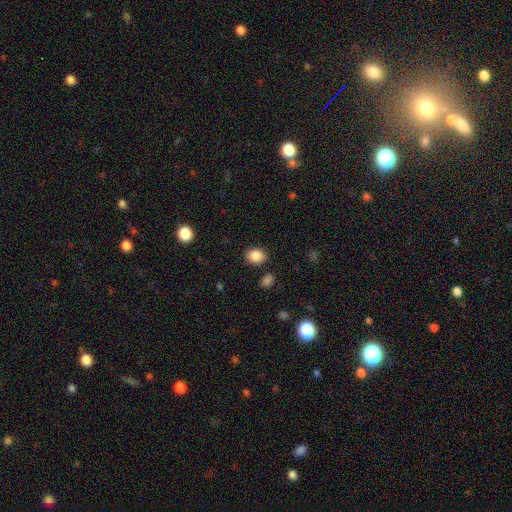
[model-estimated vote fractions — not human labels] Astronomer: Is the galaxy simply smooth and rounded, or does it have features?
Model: smooth — 87%.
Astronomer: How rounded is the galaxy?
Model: round — 52% (runner-up: in between, 47%).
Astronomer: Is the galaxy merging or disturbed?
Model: none — 86%.